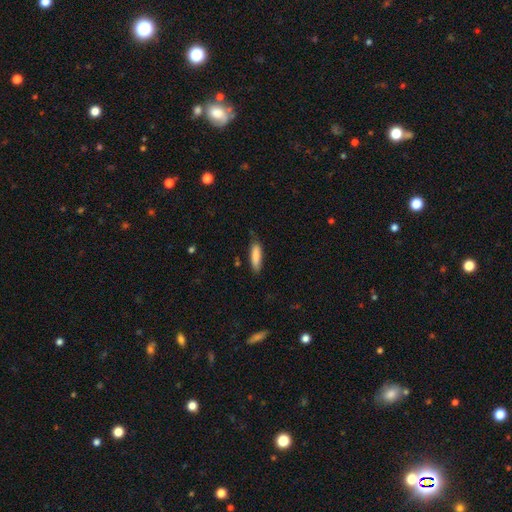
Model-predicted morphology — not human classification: The model was most divided on "how rounded": cigar-shaped: 63%, in between: 36%, round: 1%. More confident: smooth or featured — smooth (83%); merging — none (75%).